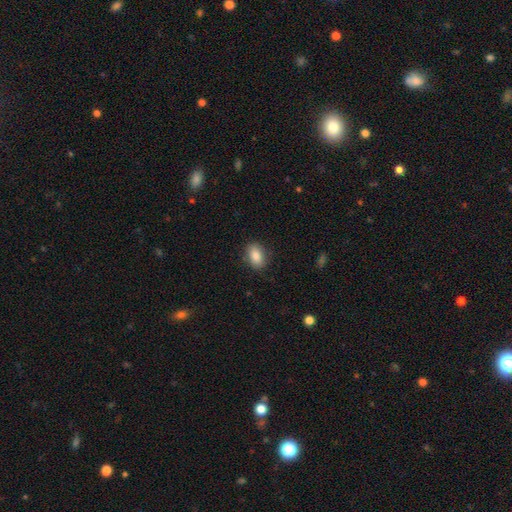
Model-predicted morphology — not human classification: Q: Smooth or featured?
A: smooth (86%); runner-up: star or artifact (8%)
Q: How rounded?
A: in between (85%); runner-up: round (13%)
Q: Merging?
A: none (84%); runner-up: minor disturbance (12%)